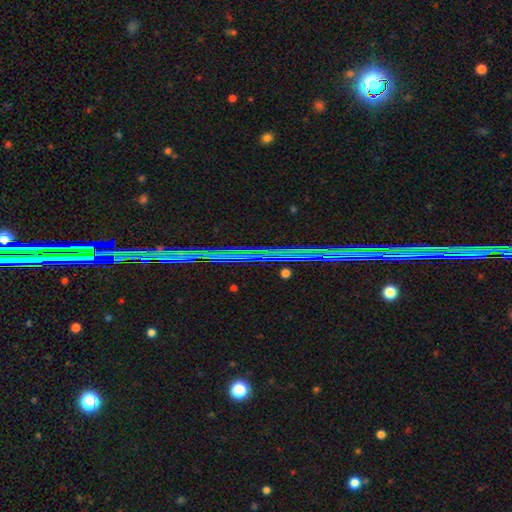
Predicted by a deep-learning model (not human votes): Smooth or featured: star or artifact — 82% (featured or disk — 11%)